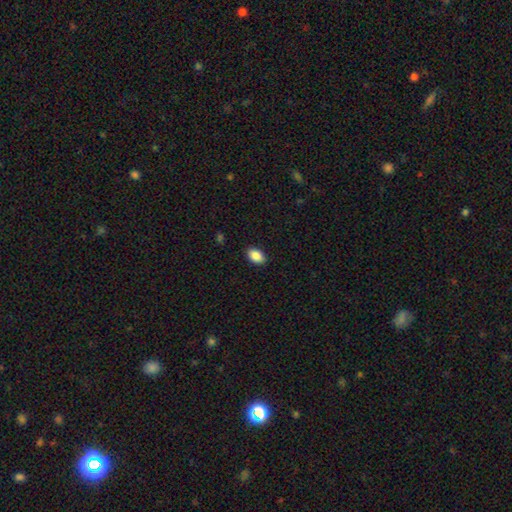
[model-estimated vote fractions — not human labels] smooth-or-featured: smooth: 88% | star or artifact: 8% | featured or disk: 4%
  how-rounded: in between: 88% | round: 11% | cigar-shaped: 1%
  merging: none: 89% | minor disturbance: 8% | major disturbance: 2% | merger: 1%